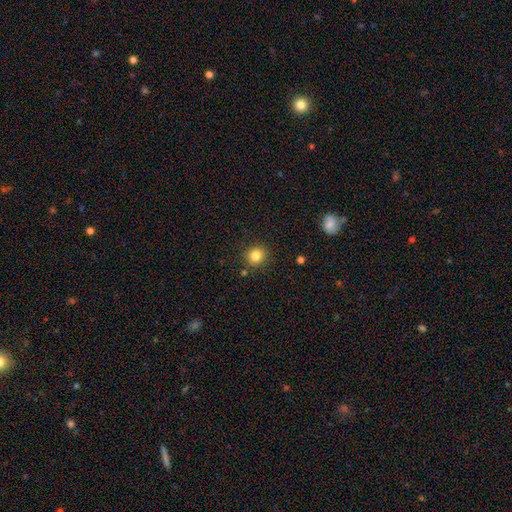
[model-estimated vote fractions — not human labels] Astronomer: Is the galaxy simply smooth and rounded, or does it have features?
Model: smooth — 82%.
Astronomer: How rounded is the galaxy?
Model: round — 88%.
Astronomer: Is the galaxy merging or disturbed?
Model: none — 87%.